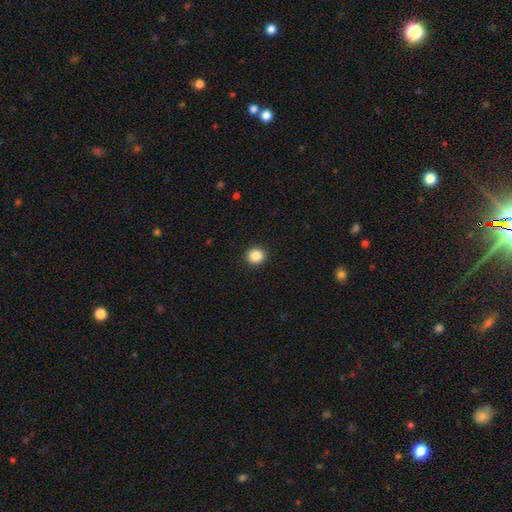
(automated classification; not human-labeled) smooth-or-featured: smooth: 87% | star or artifact: 10% | featured or disk: 4%
  how-rounded: round: 88% | in between: 12% | cigar-shaped: 1%
  merging: none: 93% | minor disturbance: 5% | major disturbance: 2% | merger: 1%